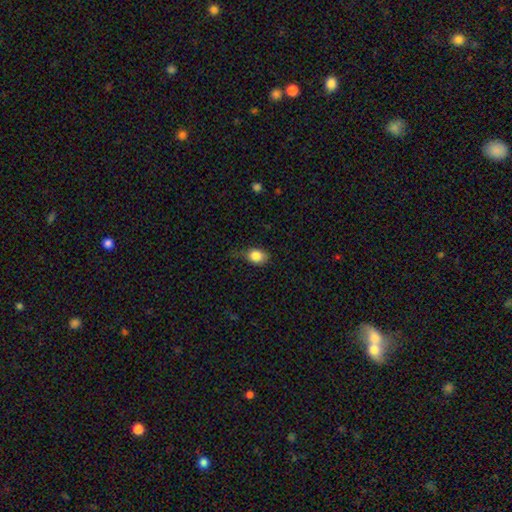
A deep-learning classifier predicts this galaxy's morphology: Smooth or featured: smooth — 84% (star or artifact — 9%)
How rounded: in between — 62% (round — 36%)
Merging: none — 57% (minor disturbance — 31%)